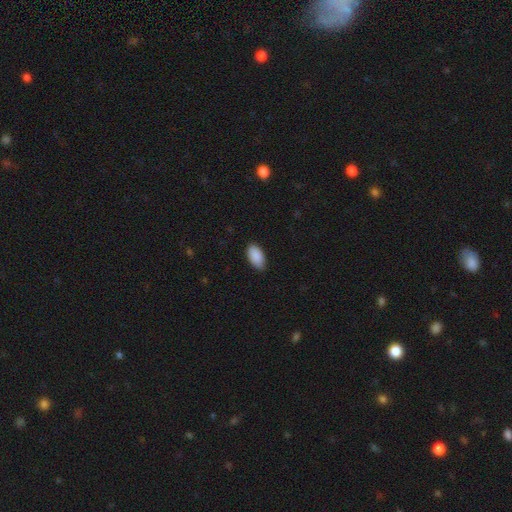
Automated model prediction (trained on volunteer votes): A smooth galaxy with no disk features (90%) that is in between round and cigar-shaped (95%). Merging: none (84%).